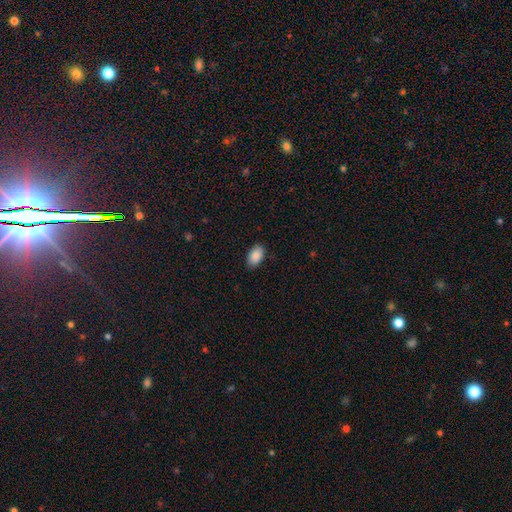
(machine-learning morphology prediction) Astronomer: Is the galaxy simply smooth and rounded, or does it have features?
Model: smooth — 90%.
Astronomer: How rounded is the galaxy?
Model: in between — 92%.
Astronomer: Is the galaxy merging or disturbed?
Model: none — 86%.